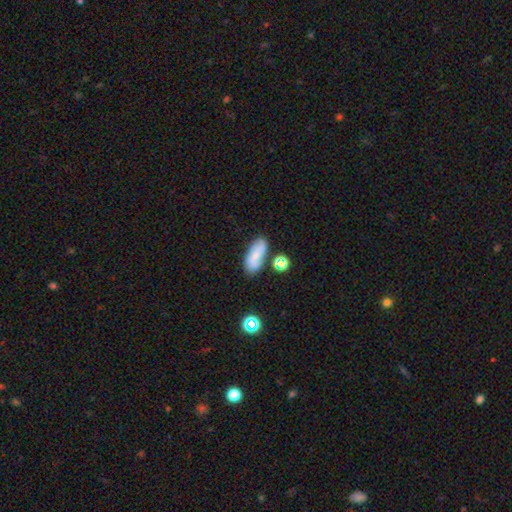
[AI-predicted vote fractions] This is likely a smooth galaxy (70%). How rounded: clearly in between (82%). Merging: likely none (69%).